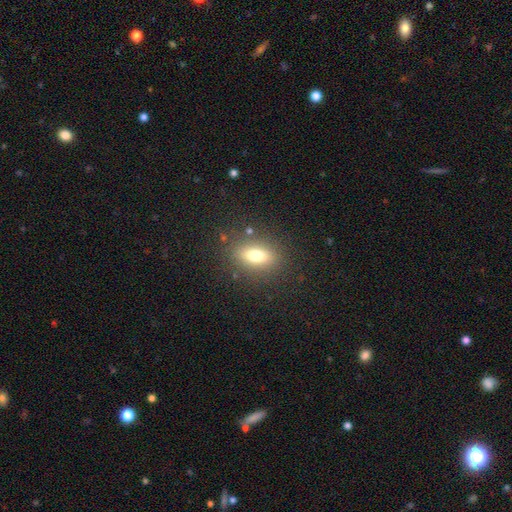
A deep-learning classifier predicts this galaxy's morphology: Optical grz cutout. It shows a smooth galaxy with no disk features (71%) that is in between round and cigar-shaped (74%). Merging: none (84%).